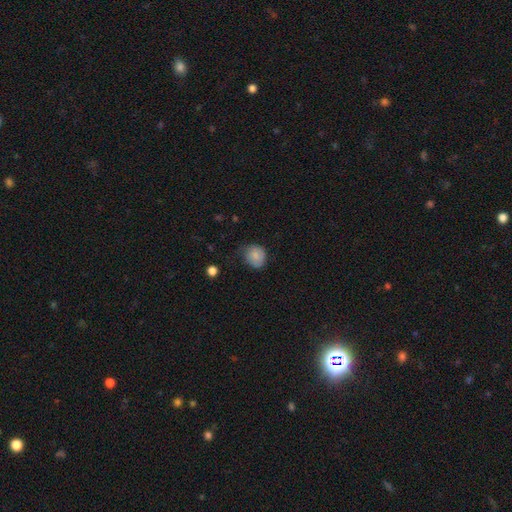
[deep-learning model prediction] Q: Smooth or featured?
A: smooth (81%); runner-up: featured or disk (11%)
Q: How rounded?
A: round (75%); runner-up: in between (24%)
Q: Merging?
A: none (59%); runner-up: minor disturbance (32%)